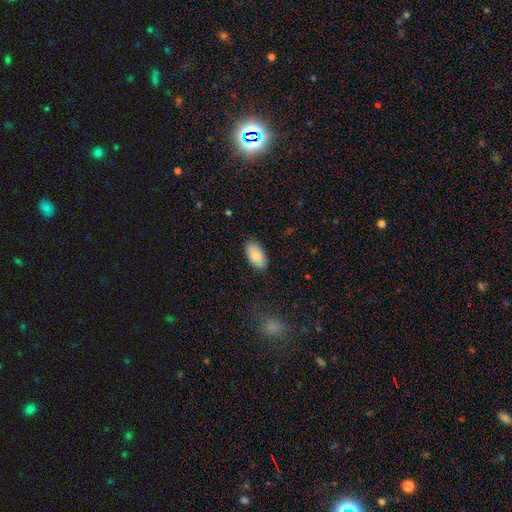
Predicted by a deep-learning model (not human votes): A smooth galaxy with no disk features (83%) that is in between round and cigar-shaped (94%). Merging: none (81%).